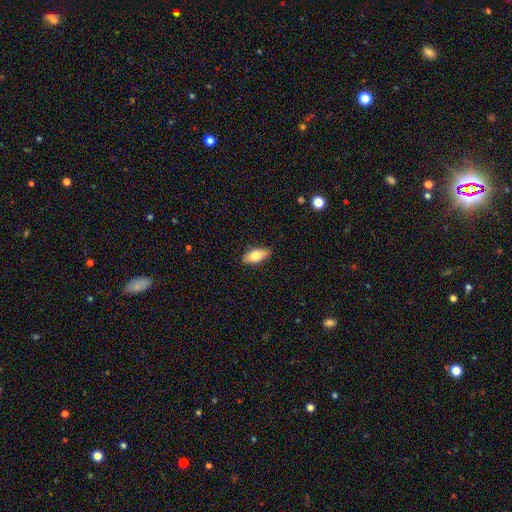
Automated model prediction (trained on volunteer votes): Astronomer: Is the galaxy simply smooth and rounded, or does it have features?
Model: smooth — 72%.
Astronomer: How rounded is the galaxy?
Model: in between — 83%.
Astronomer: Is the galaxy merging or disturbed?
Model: none — 86%.